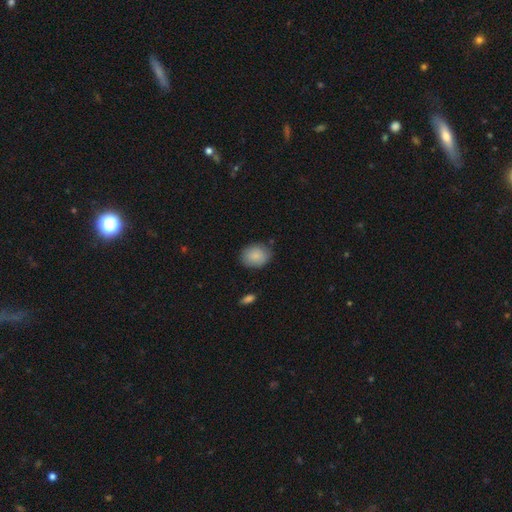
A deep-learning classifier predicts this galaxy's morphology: This appears to be a smooth galaxy with no disk features (87%) that is in between round and cigar-shaped (52%). Merging: none (79%).